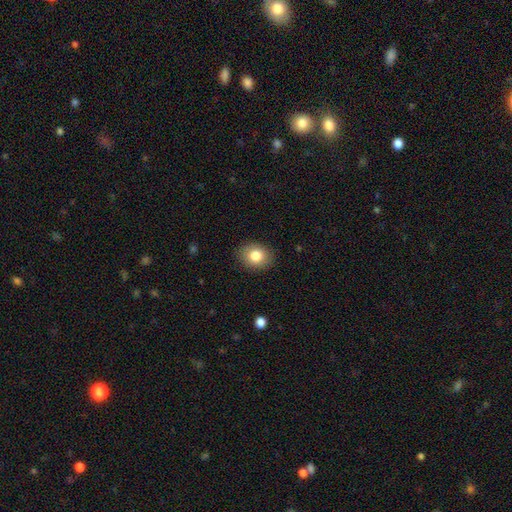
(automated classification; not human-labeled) Overall: smooth (82%). How rounded: in between (57%; round 43%). Merging: none (88%).